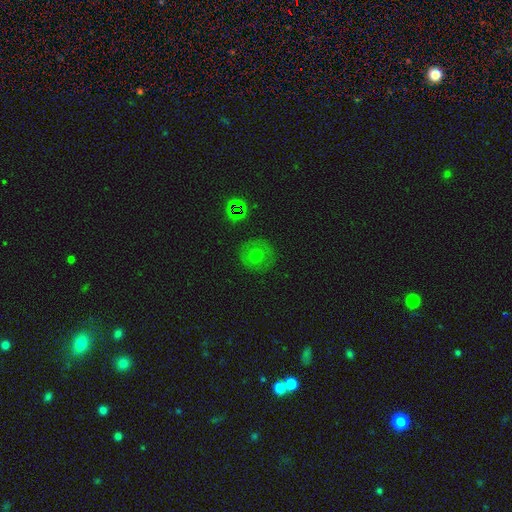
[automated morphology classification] smooth_or_featured: smooth (p=0.53) [alt: featured or disk p=0.28]
how_rounded: round (p=0.87) [alt: in between p=0.12]
merging: none (p=0.82) [alt: minor disturbance p=0.11]